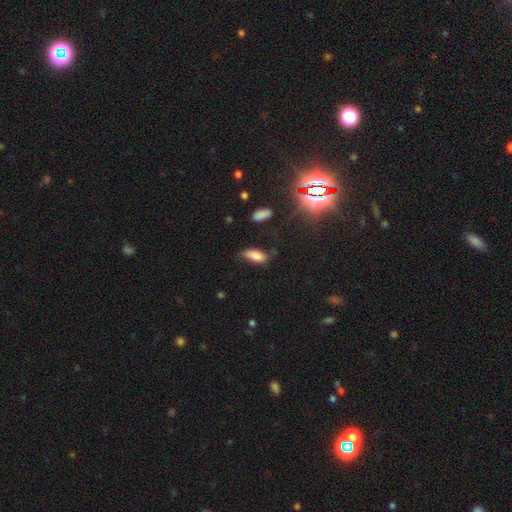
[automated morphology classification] Q: Smooth or featured?
A: smooth (79%); runner-up: featured or disk (11%)
Q: How rounded?
A: in between (83%); runner-up: cigar-shaped (15%)
Q: Merging?
A: none (55%); runner-up: minor disturbance (33%)